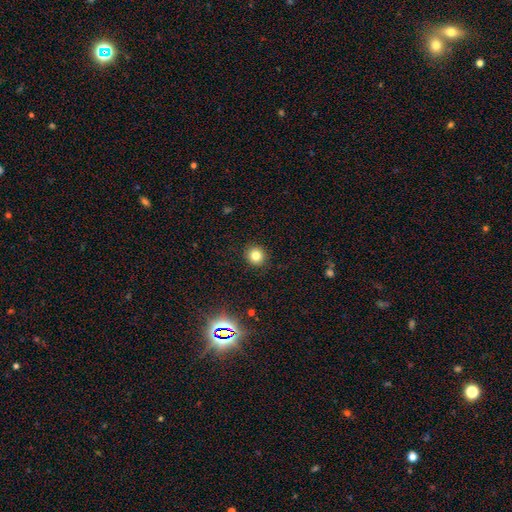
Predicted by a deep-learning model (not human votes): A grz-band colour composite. It shows a smooth galaxy with no disk features (80%) that is round (91%). Merging: none (92%).